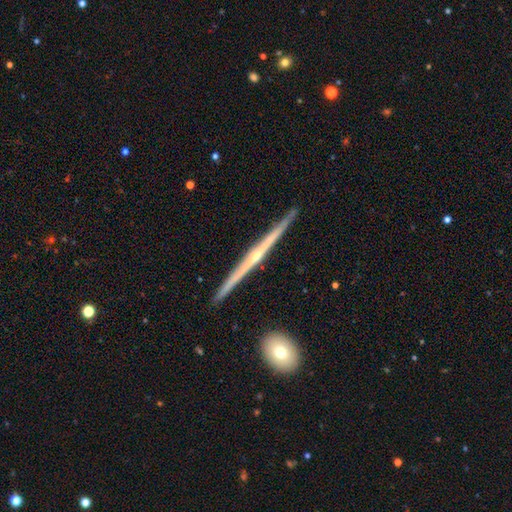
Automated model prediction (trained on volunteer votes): smooth-or-featured: featured or disk: 84% | smooth: 11% | star or artifact: 5%
  disk-edge-on: yes: 98% | no: 2%
    edge-on-bulge: rounded: 66% | none: 29% | boxy: 5%
  merging: none: 91% | minor disturbance: 6% | merger: 1% | major disturbance: 1%